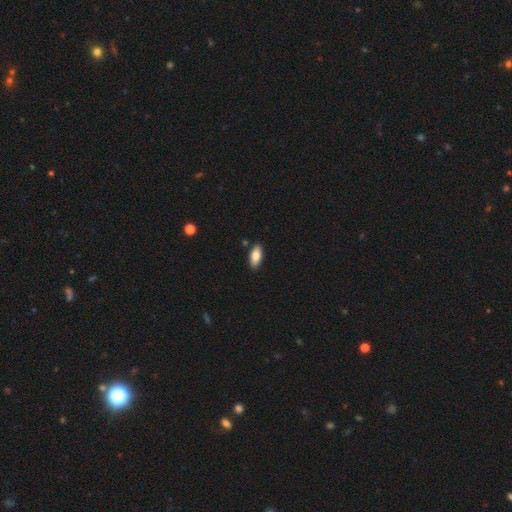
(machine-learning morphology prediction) This is clearly a smooth galaxy (81%). How rounded: clearly in between (88%). Merging: clearly none (88%).